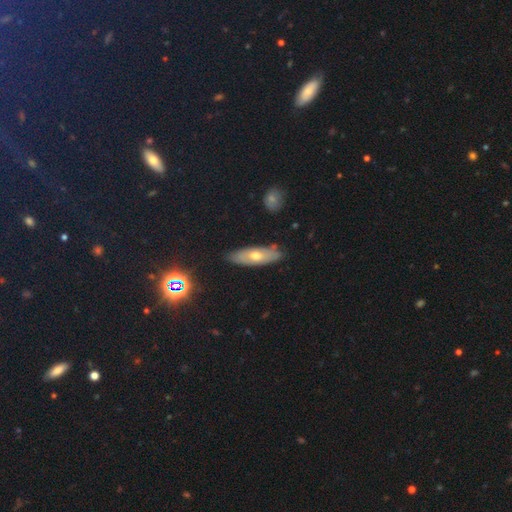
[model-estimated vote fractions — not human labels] Smooth or featured? Predicted: smooth (p=0.48). Merging? Predicted: none (p=0.82).